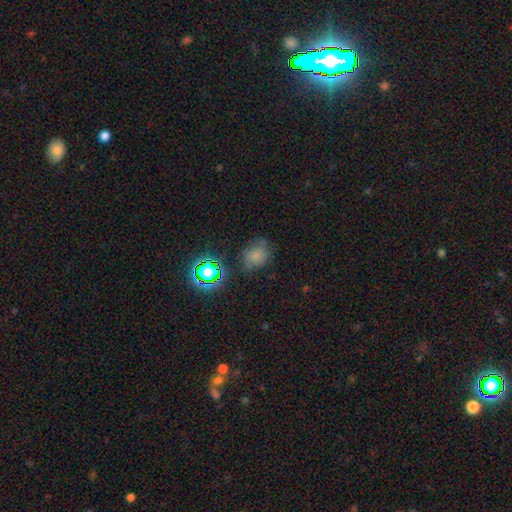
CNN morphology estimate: This is likely a smooth galaxy (69%). How rounded: possibly round (51%). Merging: likely none (63%).